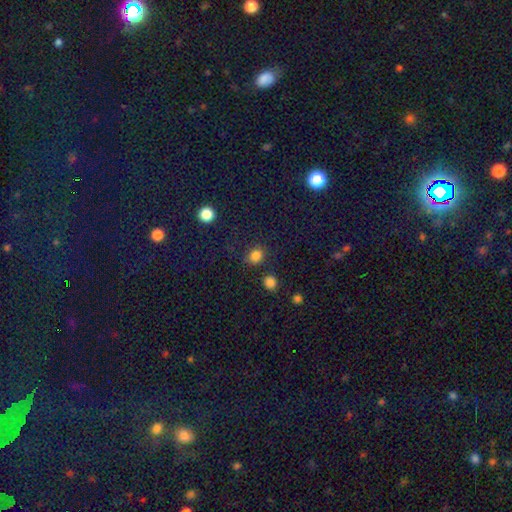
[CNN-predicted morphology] Smooth or featured: smooth — 82% (star or artifact — 14%)
How rounded: round — 67% (in between — 32%)
Merging: none — 80% (minor disturbance — 11%)